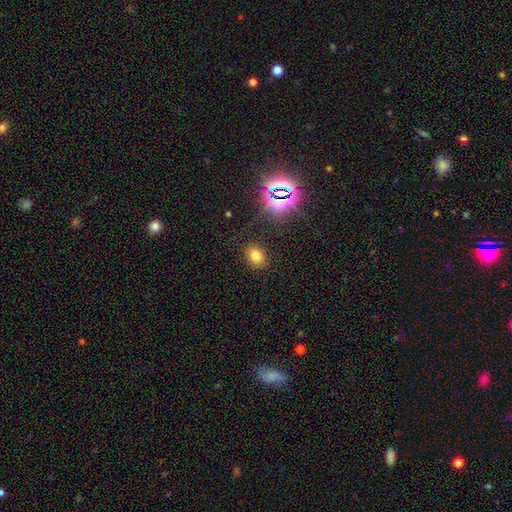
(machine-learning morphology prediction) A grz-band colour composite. It shows a smooth galaxy with no disk features (71%) that is in between round and cigar-shaped (65%). Merging: none (86%).